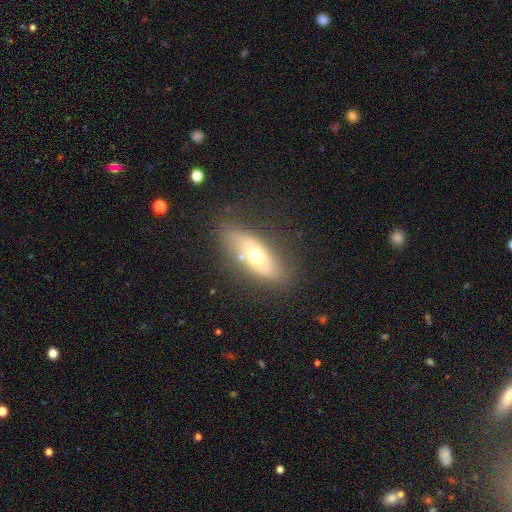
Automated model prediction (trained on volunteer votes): The model was most divided on "smooth or featured": smooth: 52%, featured or disk: 40%, star or artifact: 8%. More confident: merging — none (72%); how rounded — in between (66%).